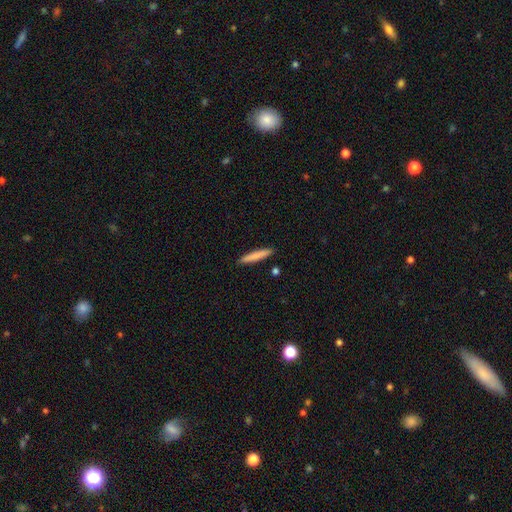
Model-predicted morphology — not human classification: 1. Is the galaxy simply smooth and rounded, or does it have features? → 81% smooth, 13% featured or disk, 6% star or artifact.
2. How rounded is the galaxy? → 92% cigar-shaped, 6% in between, 1% round.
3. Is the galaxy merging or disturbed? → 89% none, 7% minor disturbance, 2% merger, 2% major disturbance.